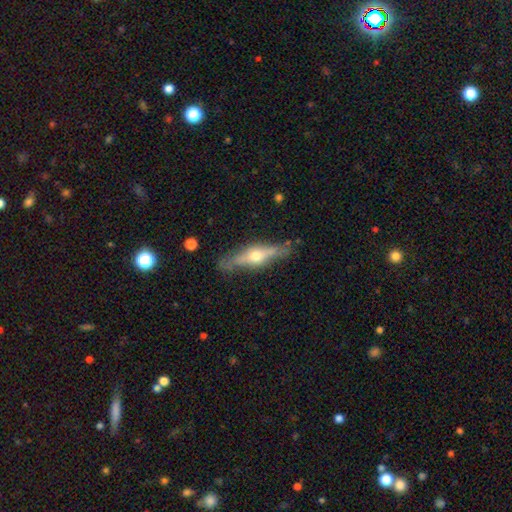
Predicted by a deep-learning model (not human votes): Smooth or featured?
  - featured or disk: 70% *
  - smooth: 24%
  - star or artifact: 6%
Edge-on disk?
  - yes: 91% *
  - no: 9%
Edge-on bulge?
  - rounded: 93% *
  - boxy: 4%
  - none: 3%
Merging?
  - none: 81% *
  - minor disturbance: 14%
  - major disturbance: 3%
  - merger: 2%